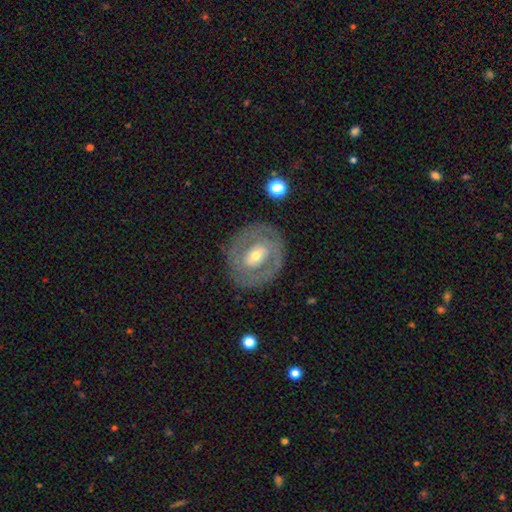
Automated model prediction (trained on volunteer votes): Q: Smooth or featured?
A: featured or disk (66%); runner-up: smooth (29%)
Q: Edge-on disk?
A: no (95%); runner-up: yes (5%)
Q: Bar?
A: no (41%); runner-up: weak (38%)
Q: Spiral arms?
A: no (62%); runner-up: yes (38%)
Q: Bulge size?
A: moderate (61%); runner-up: small (30%)
Q: Merging?
A: none (81%); runner-up: minor disturbance (12%)